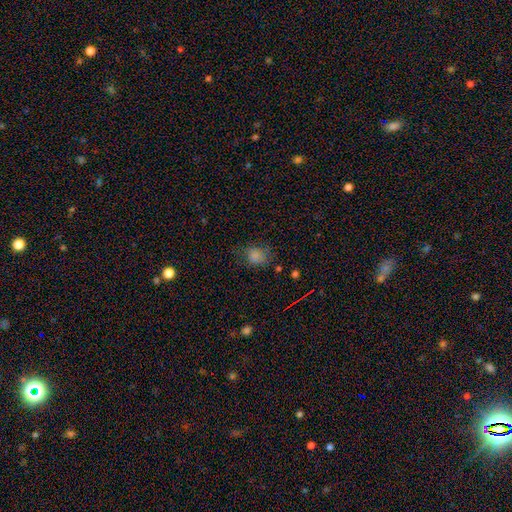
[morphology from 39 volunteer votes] Smooth or featured: smooth — 95% (star or artifact — 5%)
How rounded: in between — 57% (round — 43%)
Merging: none — 70% (minor disturbance — 30%)